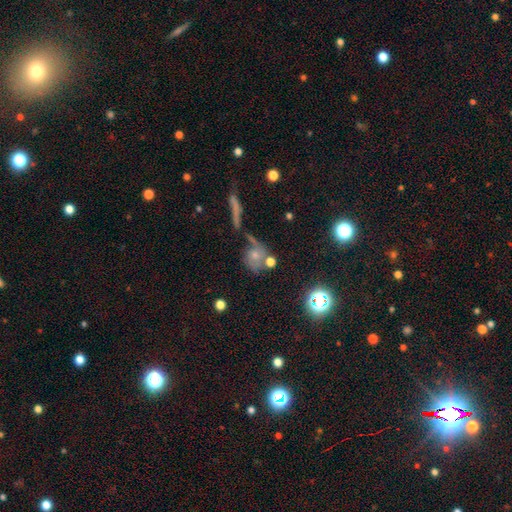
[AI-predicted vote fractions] A smooth galaxy with no disk features (45%). Merging: none (38%).